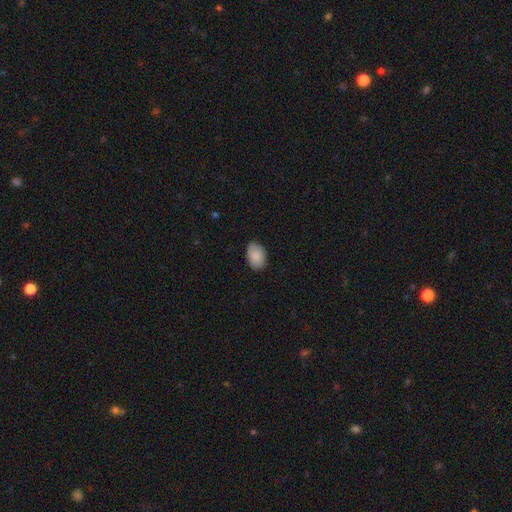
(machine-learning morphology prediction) Smooth or featured? Predicted: smooth (p=0.89). How rounded? Predicted: in between (p=0.86). Merging? Predicted: none (p=0.85).